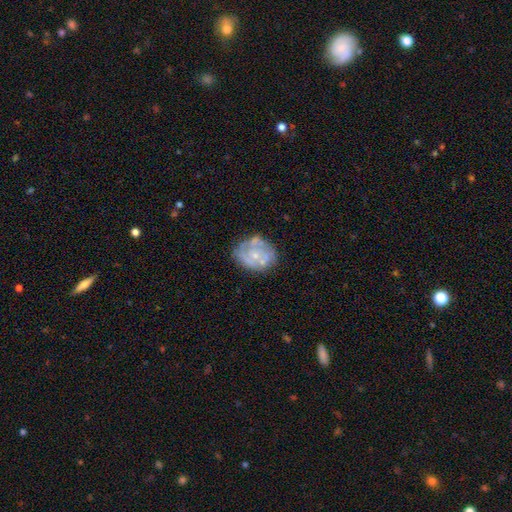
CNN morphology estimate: This is likely a featured or disk galaxy (67%). It is clearly not viewed edge-on (98%). Bar: clearly no (84%). Spiral arm pattern: possibly yes (55%). Central bulge: likely small (65%). Merging: possibly none (58%).